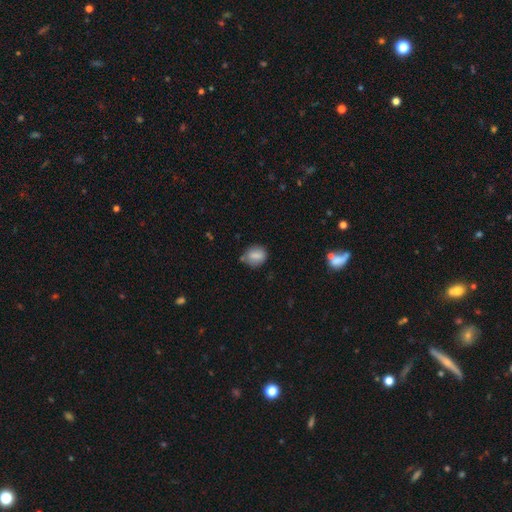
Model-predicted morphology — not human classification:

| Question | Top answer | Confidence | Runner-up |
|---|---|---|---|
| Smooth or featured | smooth | 78% | featured or disk (13%) |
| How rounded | round | 51% | in between (47%) |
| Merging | none | 62% | minor disturbance (27%) |